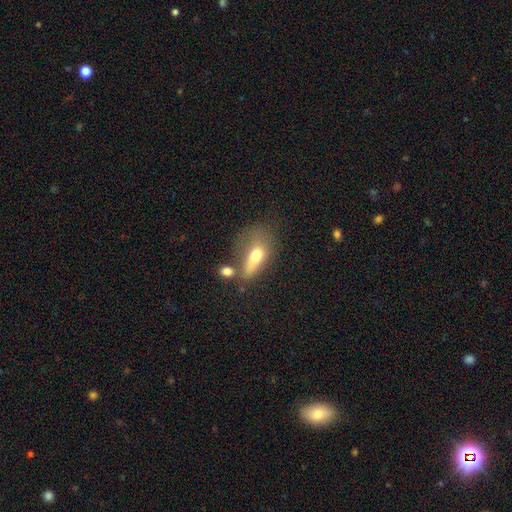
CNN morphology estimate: smooth-or-featured: smooth: 66% | featured or disk: 24% | star or artifact: 10%
  how-rounded: in between: 76% | round: 12% | cigar-shaped: 12%
  merging: major disturbance: 29% | none: 26% | merger: 23% | minor disturbance: 22%